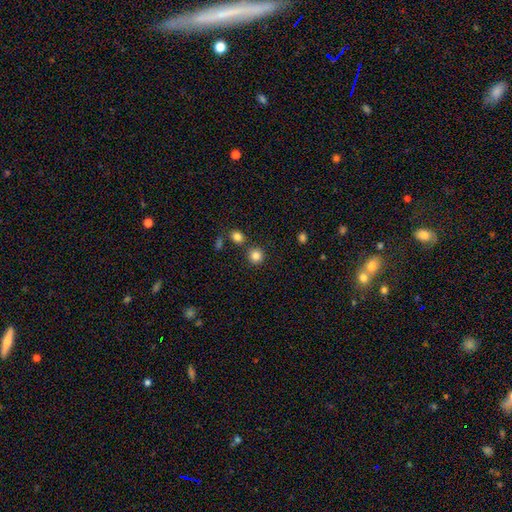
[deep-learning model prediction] This appears to be a smooth galaxy with no disk features (84%) that is round (92%). Merging: none (82%).